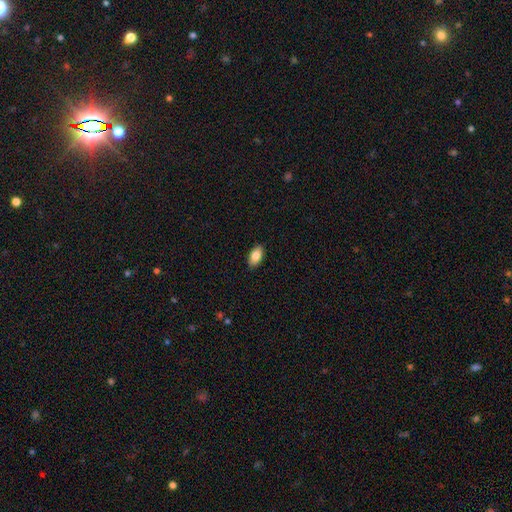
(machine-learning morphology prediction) Overall: smooth (84%). How rounded: in between (93%). Merging: none (89%).